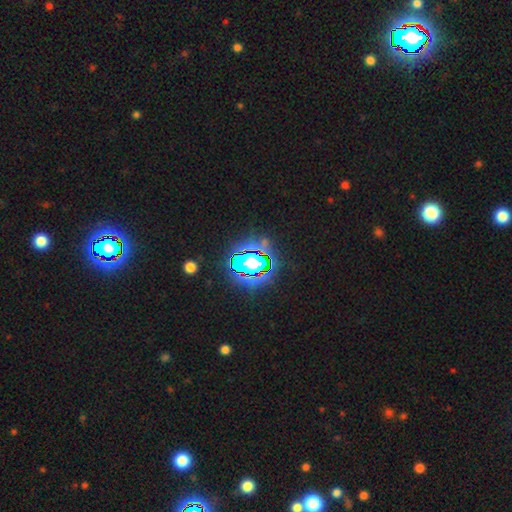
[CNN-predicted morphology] Smooth or featured?
  - star or artifact: 80% *
  - smooth: 12%
  - featured or disk: 9%